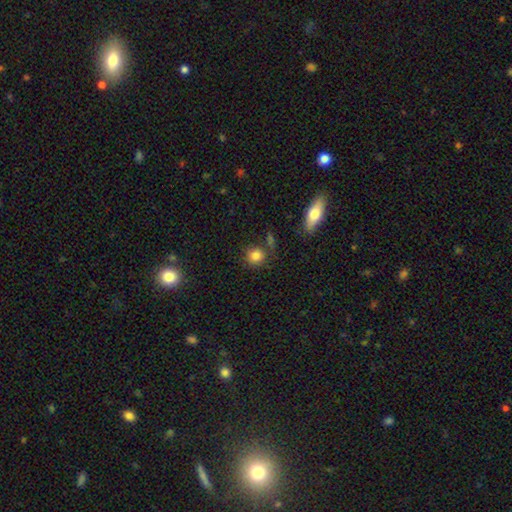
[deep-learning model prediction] Smooth or featured?
  - smooth: 84% *
  - star or artifact: 10%
  - featured or disk: 6%
How rounded?
  - round: 88% *
  - in between: 11%
  - cigar-shaped: 1%
Merging?
  - none: 78% *
  - minor disturbance: 11%
  - merger: 8%
  - major disturbance: 4%